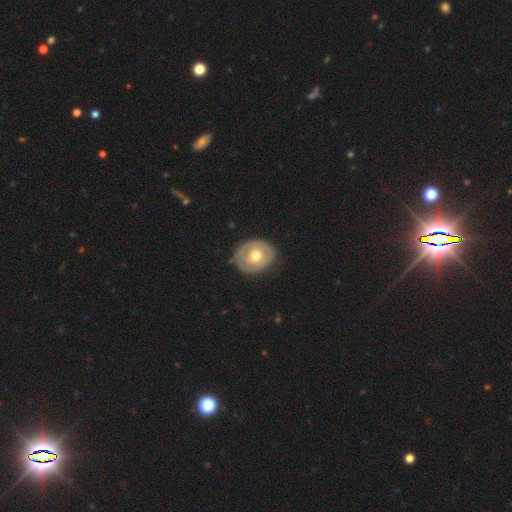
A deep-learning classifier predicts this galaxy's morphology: smooth_or_featured: featured or disk (p=0.49) [alt: smooth p=0.46]
merging: none (p=0.76) [alt: minor disturbance p=0.18]